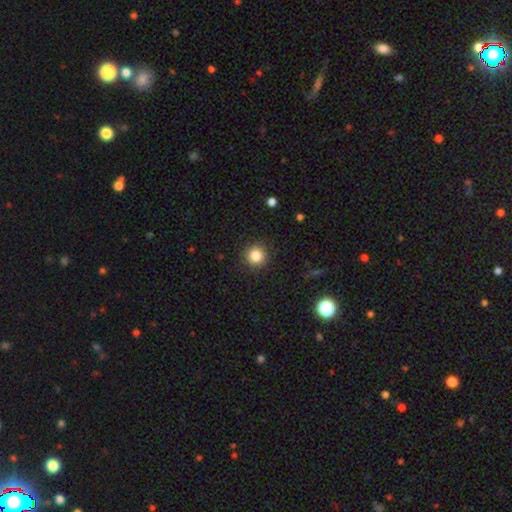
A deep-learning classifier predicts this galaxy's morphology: Smooth or featured: smooth — 83% (star or artifact — 11%)
How rounded: round — 94% (in between — 5%)
Merging: none — 90% (minor disturbance — 6%)